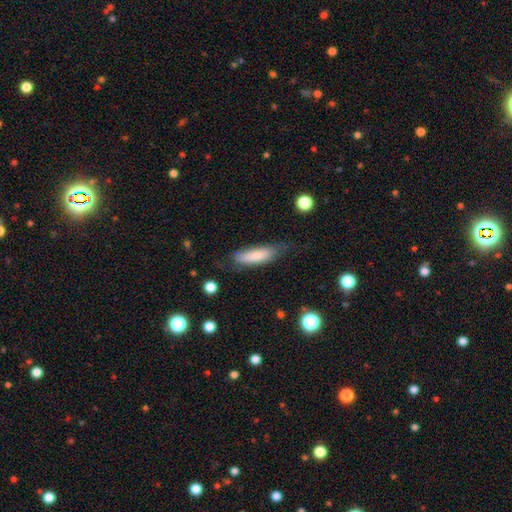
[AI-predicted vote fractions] A smooth galaxy with no disk features (76%) that is cigar-shaped (57%).

Vote fractions:
- Smooth or featured? smooth: 76% / featured or disk: 17% / star or artifact: 6%
- How rounded? cigar-shaped: 57% / in between: 41% / round: 2%
- Merging? none: 66% / minor disturbance: 24% / major disturbance: 8% / merger: 2%